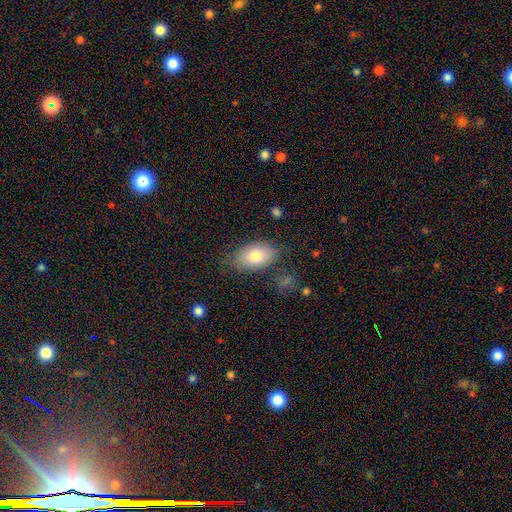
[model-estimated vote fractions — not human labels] smooth 78%, featured or disk 14%, star or artifact 7%. Down the decision tree: how rounded — in between (90%); merging — none (76%).